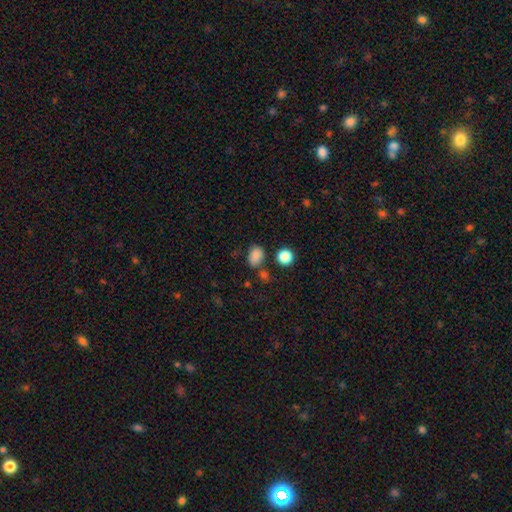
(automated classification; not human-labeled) Morphology: type=smooth (83%); roundness=in between (72%); merging=none (69%).